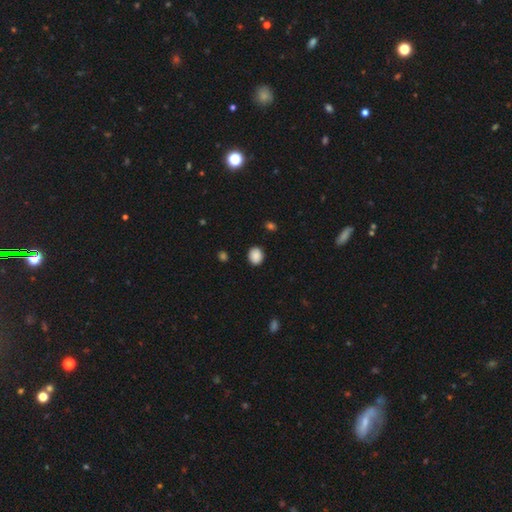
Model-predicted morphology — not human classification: Smooth or featured? smooth (89%)
How rounded? round (57%)
Merging? none (88%)